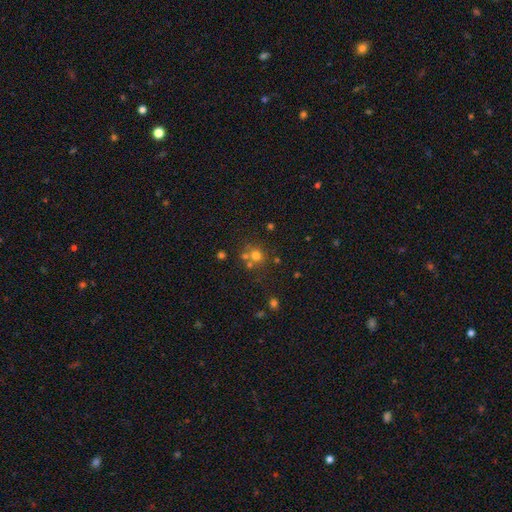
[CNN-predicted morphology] Smooth or featured? smooth (66%)
How rounded? round (86%)
Merging? none (59%)